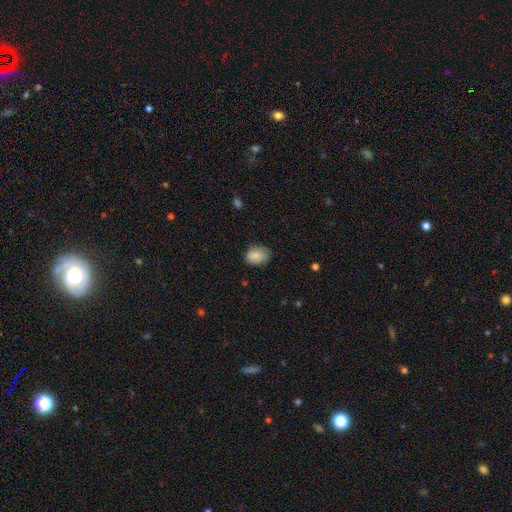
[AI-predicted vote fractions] Q: Smooth or featured?
A: smooth (85%); runner-up: star or artifact (8%)
Q: How rounded?
A: in between (64%); runner-up: round (35%)
Q: Merging?
A: none (71%); runner-up: minor disturbance (23%)